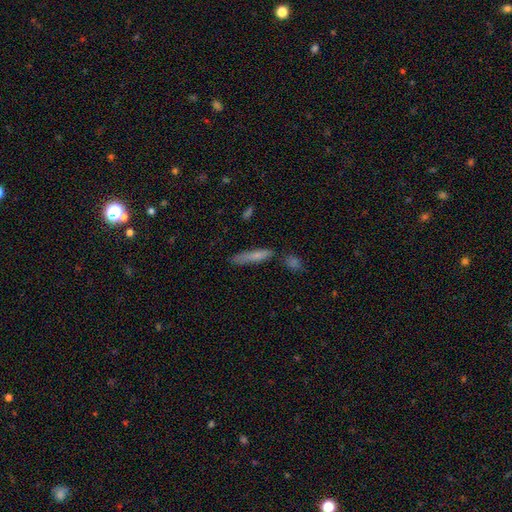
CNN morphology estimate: Smooth or featured? smooth (72%)
How rounded? cigar-shaped (87%)
Merging? none (71%)